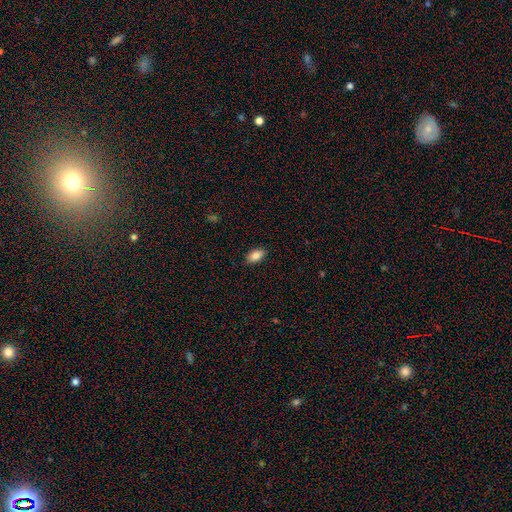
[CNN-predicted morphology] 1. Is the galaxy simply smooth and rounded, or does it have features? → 86% smooth, 8% star or artifact, 6% featured or disk.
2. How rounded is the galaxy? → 92% in between, 4% cigar-shaped, 4% round.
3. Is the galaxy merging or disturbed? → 87% none, 10% minor disturbance, 2% major disturbance, 1% merger.